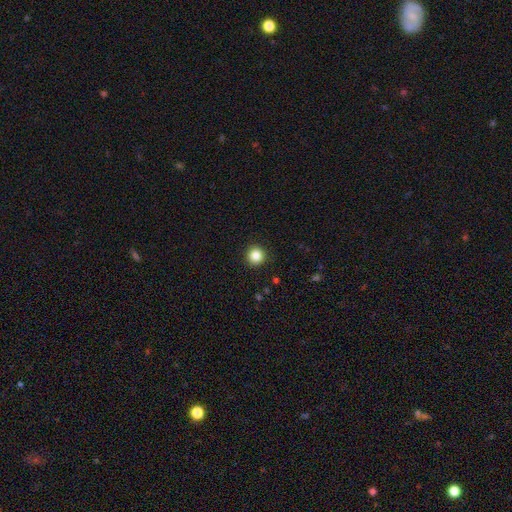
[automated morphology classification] type=smooth (86%); roundness=round (95%); merging=none (92%).